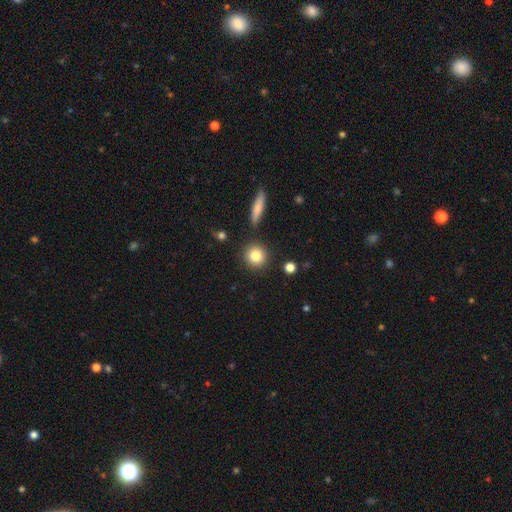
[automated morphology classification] smooth_or_featured: smooth (p=0.83) [alt: featured or disk p=0.09]
how_rounded: round (p=0.90) [alt: in between p=0.08]
merging: none (p=0.87) [alt: minor disturbance p=0.07]